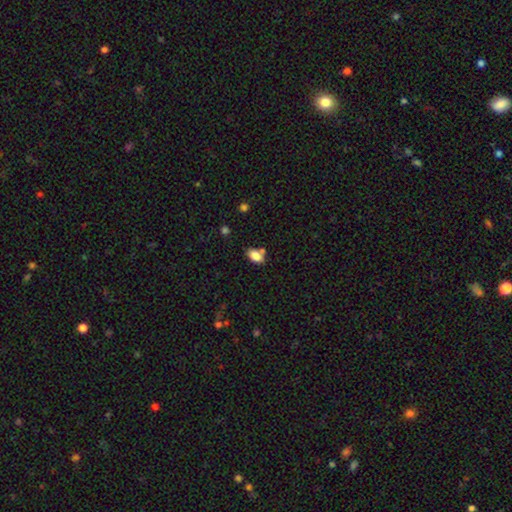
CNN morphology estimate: Overall: smooth (84%). How rounded: in between (91%). Merging: none (64%).